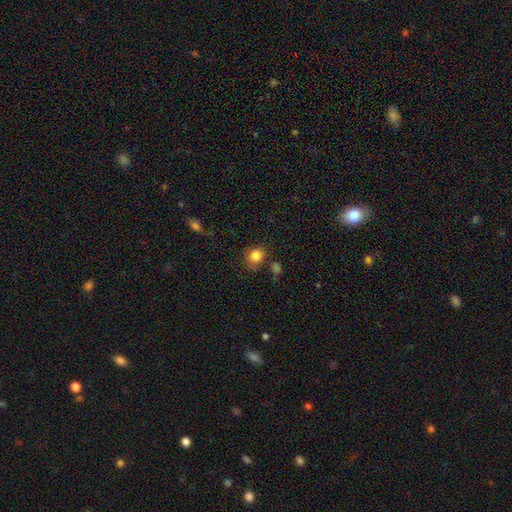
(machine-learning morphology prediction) Overall: smooth (84%). How rounded: round (80%). Merging: none (74%).